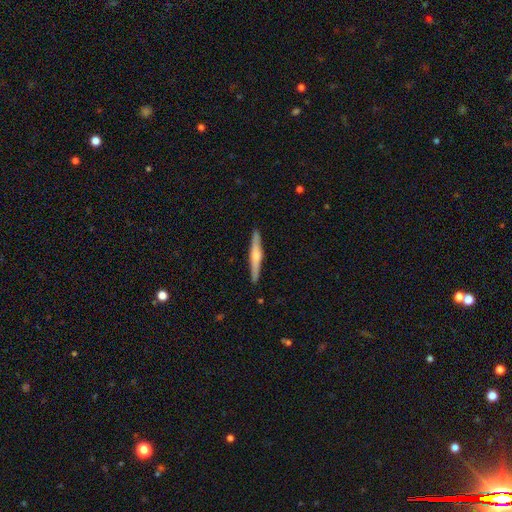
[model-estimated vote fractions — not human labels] The model was most divided on "smooth or featured": featured or disk: 64%, smooth: 31%, star or artifact: 5%. More confident: edge-on disk — yes (97%); merging — none (91%); edge-on bulge — rounded (84%).